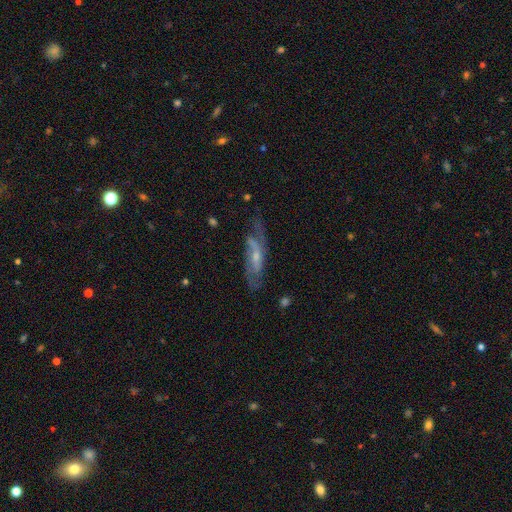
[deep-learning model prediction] A featured or disk galaxy (74%) with no bar (47%), spiral arms (87%) and a small central bulge (56%).

Vote fractions:
- Smooth or featured? featured or disk: 74% / smooth: 19% / star or artifact: 7%
- Edge-on disk? no: 77% / yes: 23%
- Bar? no: 47% / weak: 40% / strong: 13%
- Spiral arms? yes: 87% / no: 13%
- Bulge size? small: 56% / moderate: 36% / none: 5% / large: 2% / dominant: 1%
- Merging? none: 62% / minor disturbance: 23% / major disturbance: 13% / merger: 2%